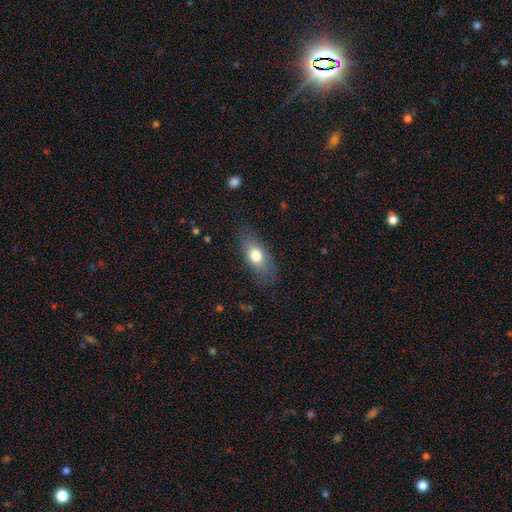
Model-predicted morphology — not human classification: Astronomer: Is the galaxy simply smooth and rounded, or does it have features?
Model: smooth — 73%.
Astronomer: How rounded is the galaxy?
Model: in between — 81%.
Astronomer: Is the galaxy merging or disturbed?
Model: none — 77%.